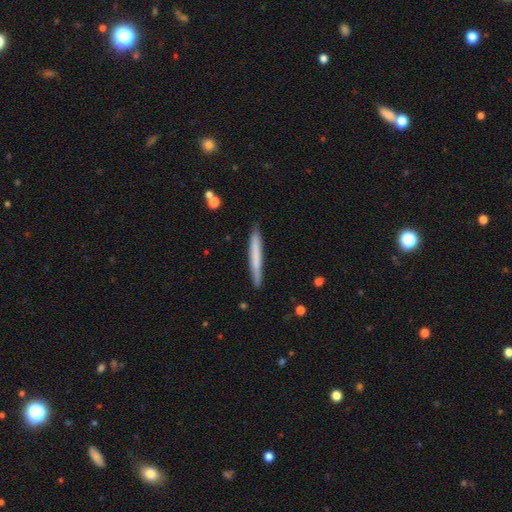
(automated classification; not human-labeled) Smooth or featured? Predicted: smooth (p=0.66). How rounded? Predicted: cigar-shaped (p=0.97). Merging? Predicted: none (p=0.90).